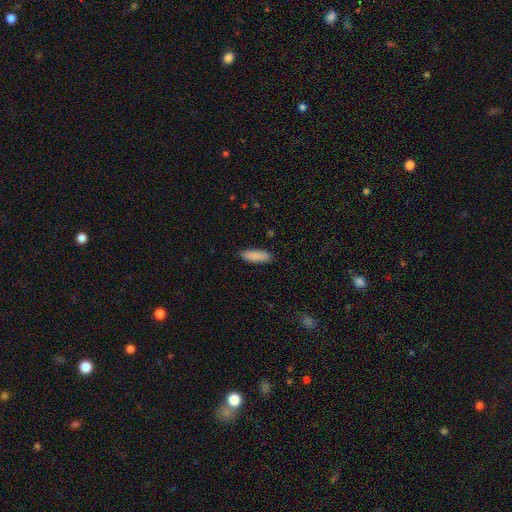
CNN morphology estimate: type=smooth (88%); roundness=in between (53%); merging=none (88%).